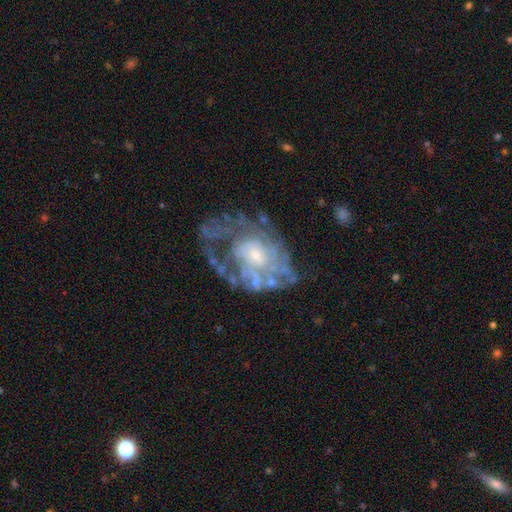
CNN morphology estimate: Smooth or featured?
  - featured or disk: 78% *
  - smooth: 13%
  - star or artifact: 9%
Edge-on disk?
  - no: 97% *
  - yes: 3%
Bar?
  - no: 76% *
  - weak: 20%
  - strong: 4%
Spiral arms?
  - yes: 70% *
  - no: 30%
Spiral winding?
  - tight: 51% *
  - medium: 31%
  - loose: 17%
Spiral arm count?
  - can't tell: 55% *
  - 2: 13%
  - 3: 10%
  - 4: 8%
  - 1: 8%
  - more than 4: 6%
Bulge size?
  - small: 71% *
  - moderate: 22%
  - none: 4%
  - large: 2%
  - dominant: 1%
Merging?
  - none: 39% *
  - major disturbance: 34%
  - minor disturbance: 21%
  - merger: 5%